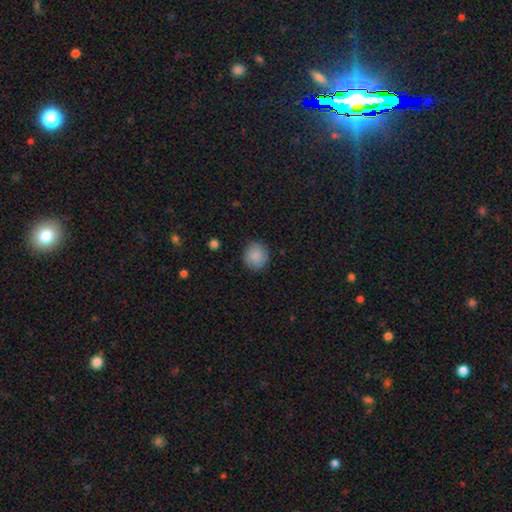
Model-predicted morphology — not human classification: smooth 88%, star or artifact 8%, featured or disk 5%. Down the decision tree: how rounded — round (89%); merging — none (87%).